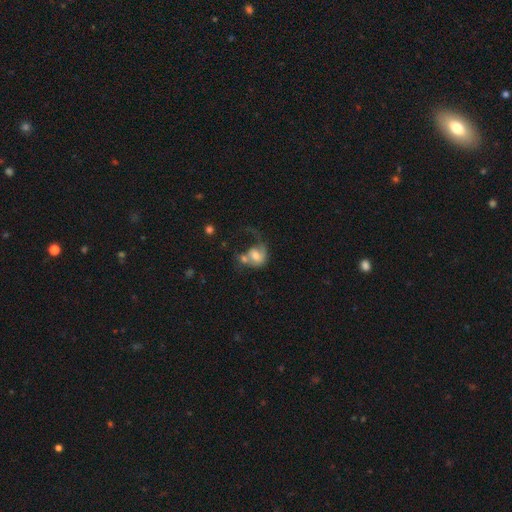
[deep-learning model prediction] Smooth or featured? smooth (48%)
Merging? merger (37%)